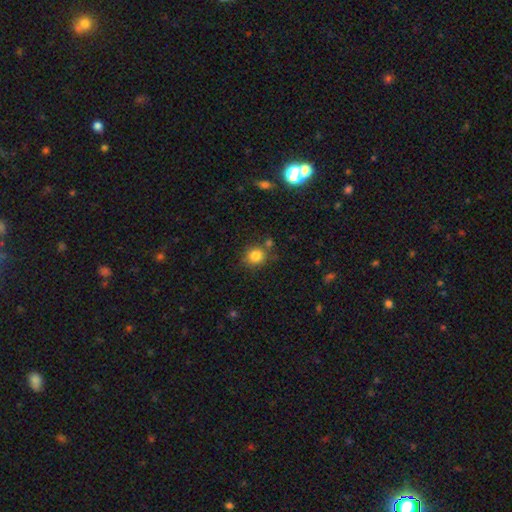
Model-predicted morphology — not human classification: smooth-or-featured: smooth: 82% | star or artifact: 12% | featured or disk: 6%
  how-rounded: round: 85% | in between: 14% | cigar-shaped: 1%
  merging: none: 75% | minor disturbance: 12% | merger: 10% | major disturbance: 3%